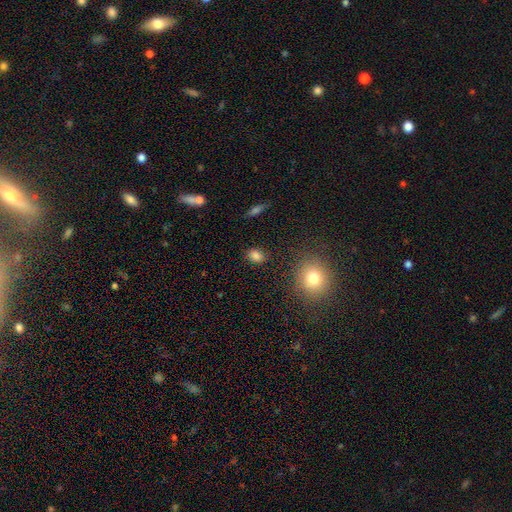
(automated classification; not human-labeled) Smooth or featured? smooth (82%)
How rounded? in between (57%)
Merging? none (85%)